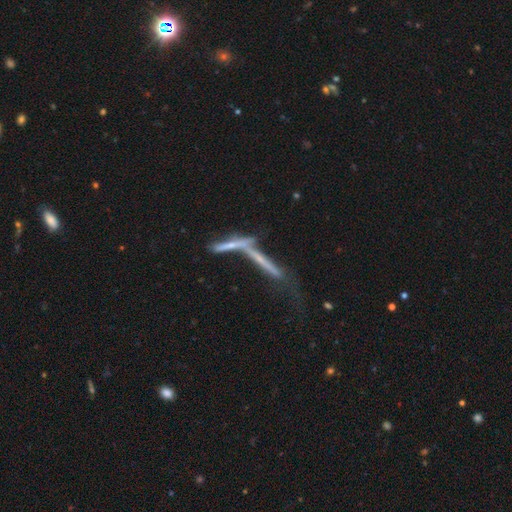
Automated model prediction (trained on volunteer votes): featured or disk 50%, smooth 30%, star or artifact 20%. Down the decision tree: edge-on disk — yes (58%); merging — merger (49%).